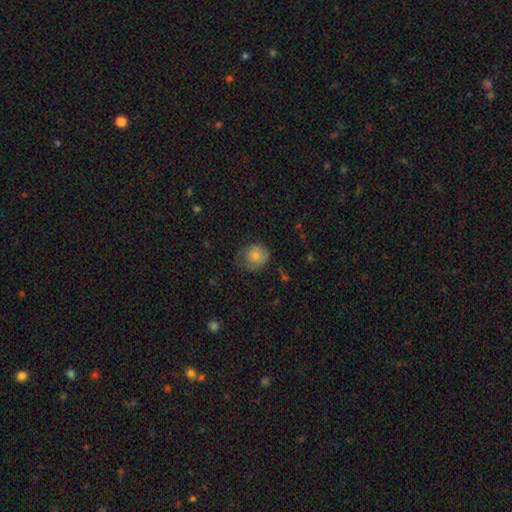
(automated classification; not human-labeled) This appears to be a smooth galaxy with no disk features (78%) that is round (78%). Merging: none (57%).